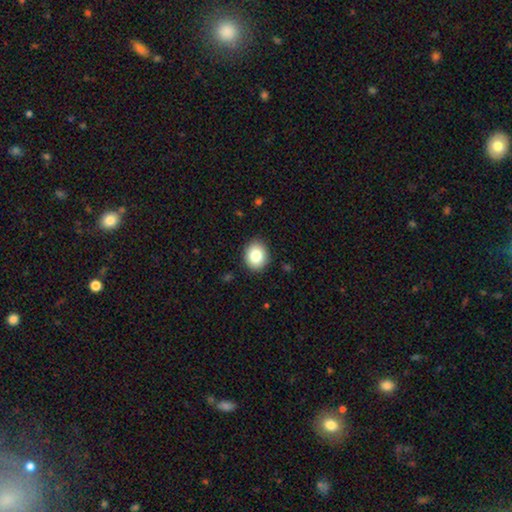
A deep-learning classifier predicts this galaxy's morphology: A smooth galaxy with no disk features (82%) that is round (59%). Merging: none (90%).